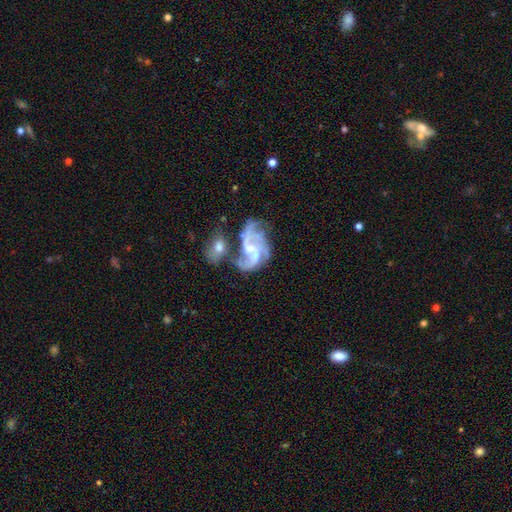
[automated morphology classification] Q: Smooth or featured?
A: featured or disk (81%); runner-up: smooth (11%)
Q: Edge-on disk?
A: no (98%); runner-up: yes (2%)
Q: Bar?
A: no (54%); runner-up: weak (37%)
Q: Spiral arms?
A: yes (87%); runner-up: no (13%)
Q: Spiral winding?
A: medium (45%); runner-up: loose (39%)
Q: Spiral arm count?
A: 2 (40%); runner-up: 3 (25%)
Q: Bulge size?
A: small (45%); runner-up: moderate (33%)
Q: Merging?
A: merger (42%); runner-up: major disturbance (25%)